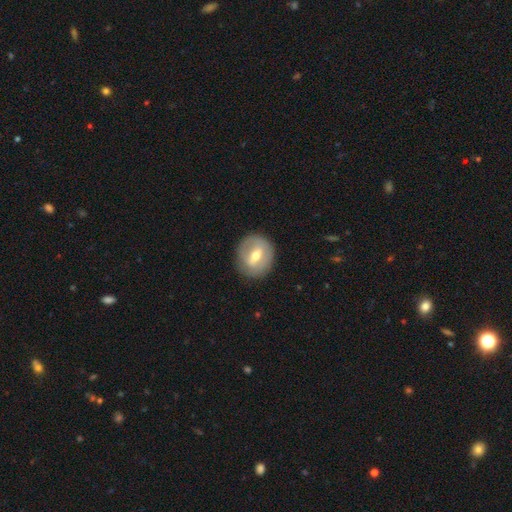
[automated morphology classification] featured or disk 54%, smooth 40%, star or artifact 7%. Down the decision tree: edge-on disk — no (91%); merging — none (83%).